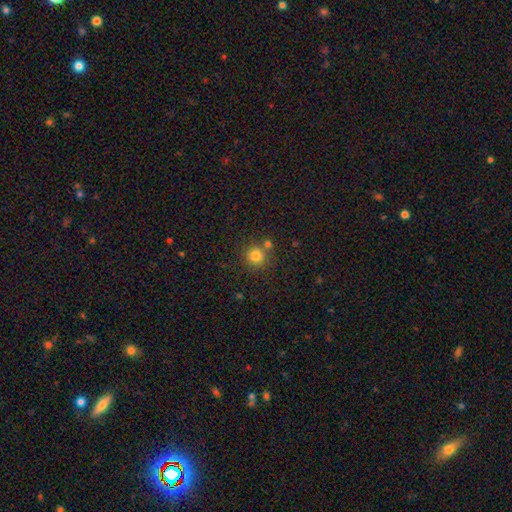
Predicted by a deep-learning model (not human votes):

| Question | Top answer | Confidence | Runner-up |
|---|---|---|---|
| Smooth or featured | smooth | 81% | star or artifact (13%) |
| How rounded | round | 92% | in between (7%) |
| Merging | none | 73% | merger (15%) |